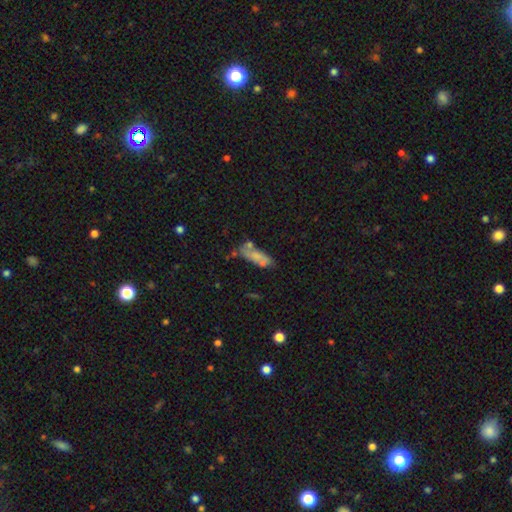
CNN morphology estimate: Smooth or featured: smooth — 67% (featured or disk — 24%)
How rounded: in between — 60% (cigar-shaped — 37%)
Merging: none — 52% (minor disturbance — 23%)